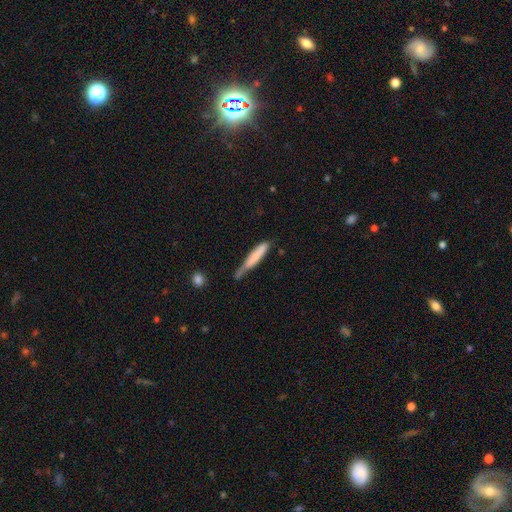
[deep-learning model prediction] Q: Smooth or featured?
A: smooth (71%); runner-up: featured or disk (24%)
Q: How rounded?
A: cigar-shaped (91%); runner-up: in between (8%)
Q: Merging?
A: none (48%); runner-up: minor disturbance (33%)